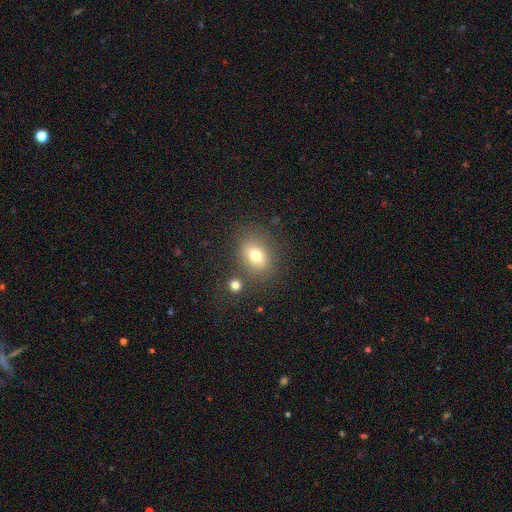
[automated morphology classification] Smooth or featured: smooth — 74% (featured or disk — 13%)
How rounded: in between — 55% (round — 44%)
Merging: none — 75% (minor disturbance — 12%)